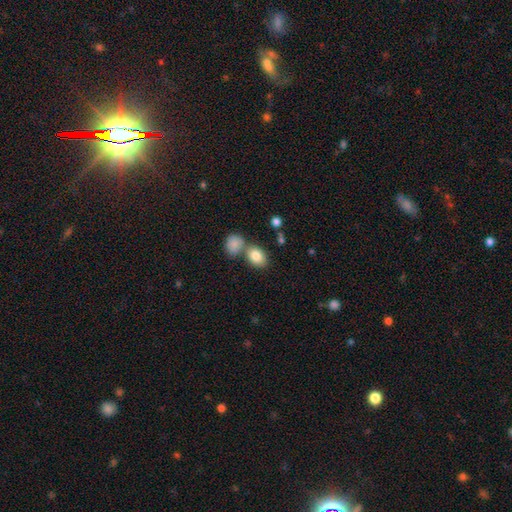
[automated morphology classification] type=smooth (84%); roundness=in between (76%); merging=none (52%).